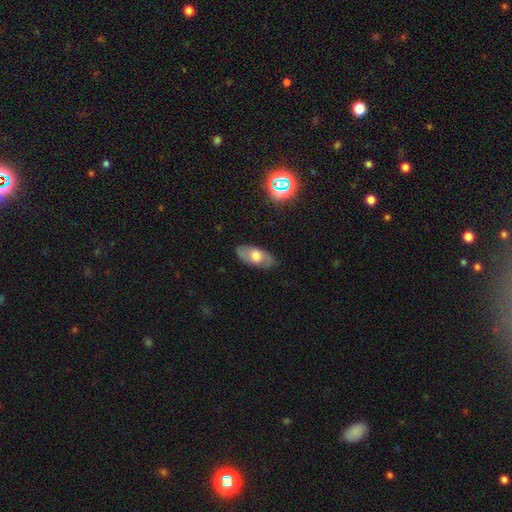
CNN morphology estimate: Smooth or featured? smooth (53%)
How rounded? in between (89%)
Merging? none (82%)